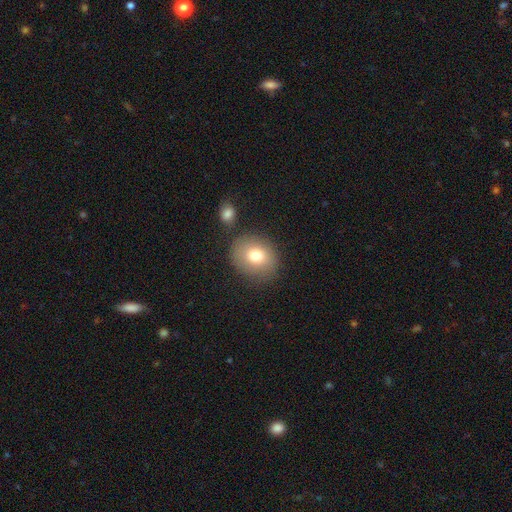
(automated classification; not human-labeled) Smooth or featured? Predicted: smooth (p=0.75). How rounded? Predicted: round (p=0.69). Merging? Predicted: none (p=0.76).